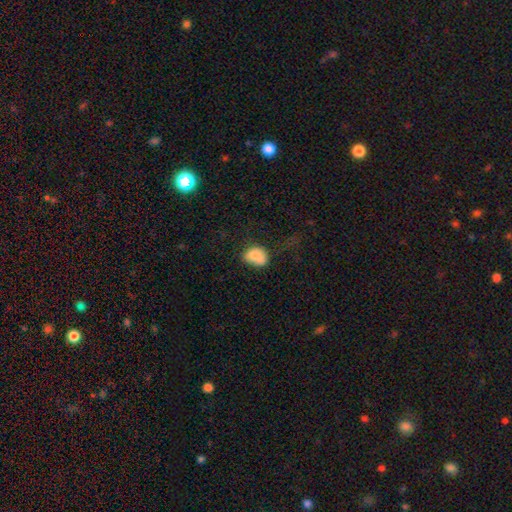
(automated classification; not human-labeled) Q: Smooth or featured?
A: smooth (82%); runner-up: featured or disk (9%)
Q: How rounded?
A: in between (69%); runner-up: round (30%)
Q: Merging?
A: none (41%); runner-up: minor disturbance (32%)